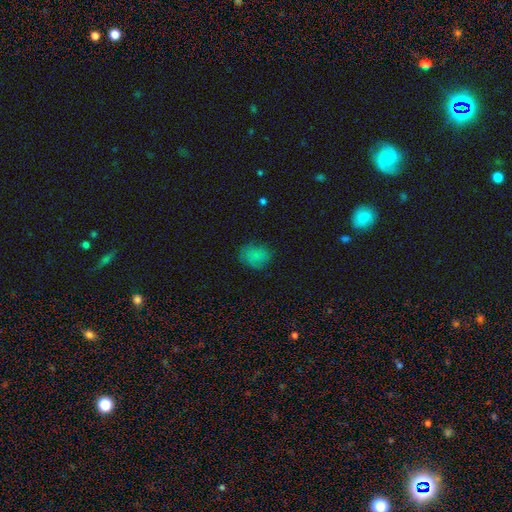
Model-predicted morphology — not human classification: The model was most divided on "how rounded": round: 56%, in between: 43%, cigar-shaped: 1%. More confident: smooth or featured — smooth (77%); merging — none (69%).